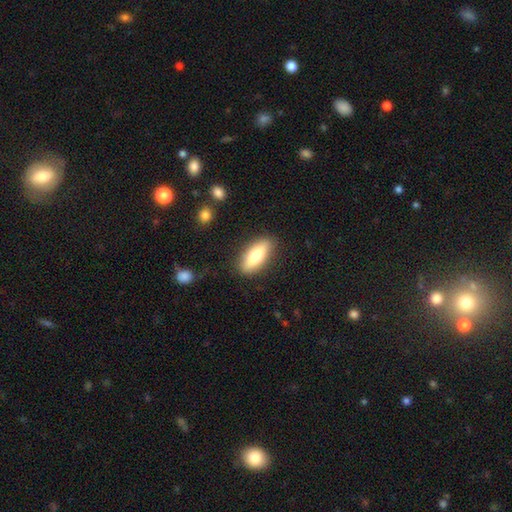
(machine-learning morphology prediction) This appears to be a smooth galaxy with no disk features (68%) that is in between round and cigar-shaped (65%). Merging: none (86%).